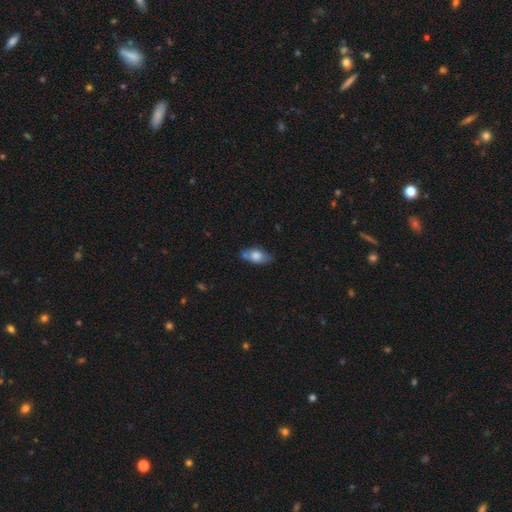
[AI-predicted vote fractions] Smooth or featured?
  - smooth: 74% *
  - featured or disk: 19%
  - star or artifact: 8%
How rounded?
  - in between: 84% *
  - round: 9%
  - cigar-shaped: 7%
Merging?
  - none: 52% *
  - minor disturbance: 25%
  - merger: 16%
  - major disturbance: 6%